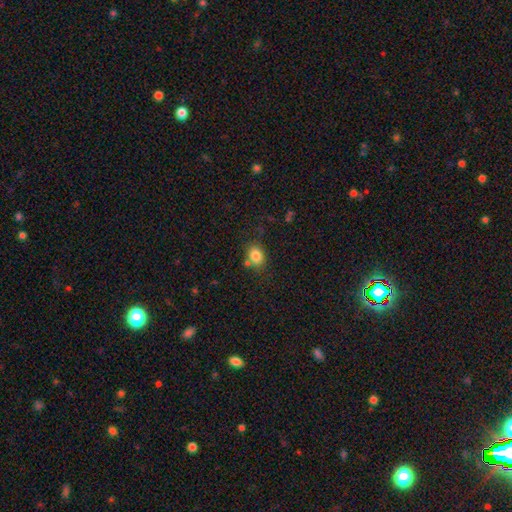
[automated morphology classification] This appears to be a smooth galaxy with no disk features (83%) that is in between round and cigar-shaped (56%). Merging: none (71%).